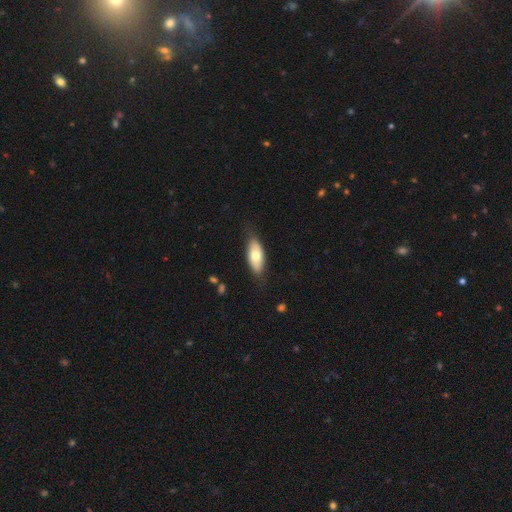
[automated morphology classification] Smooth or featured: smooth — 69% (featured or disk — 26%)
How rounded: in between — 82% (cigar-shaped — 16%)
Merging: none — 78% (minor disturbance — 17%)